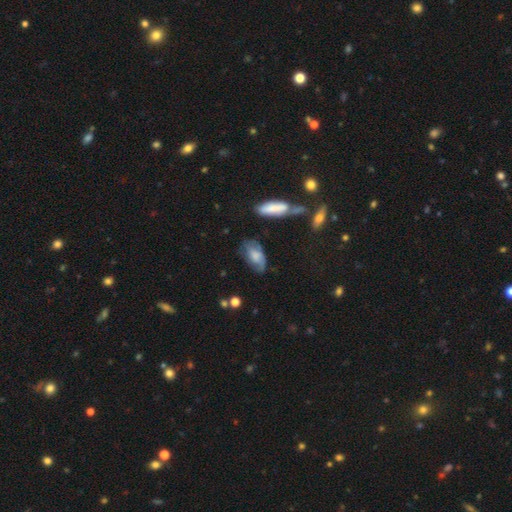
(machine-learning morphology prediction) The model was most divided on "merging": none: 48%, minor disturbance: 31%, major disturbance: 15%, merger: 5%. More confident: how rounded — in between (89%); smooth or featured — smooth (57%).